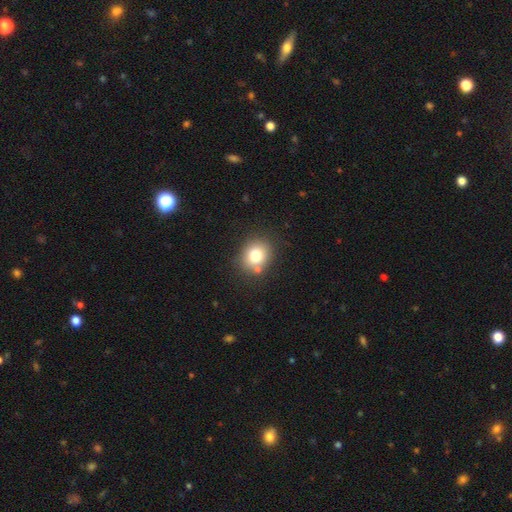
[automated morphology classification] type=smooth (77%); roundness=round (70%); merging=none (78%).